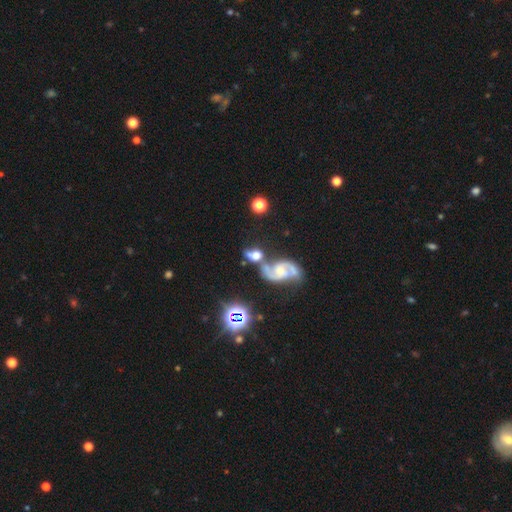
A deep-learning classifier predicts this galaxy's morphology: featured or disk 53%, smooth 35%, star or artifact 12%. Down the decision tree: edge-on disk — no (91%); merging — merger (48%).